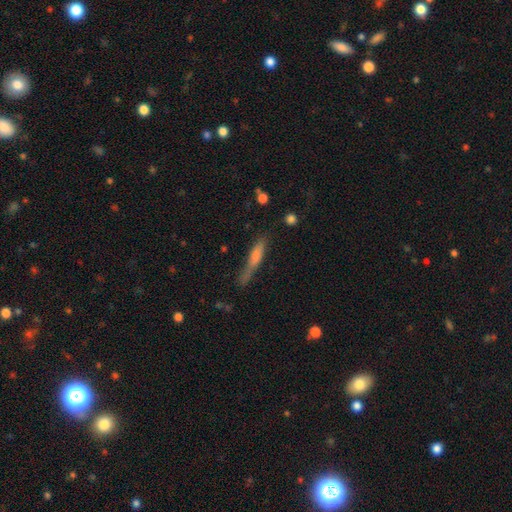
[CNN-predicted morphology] This appears to be a smooth galaxy with no disk features (55%) that is cigar-shaped (90%). Merging: none (56%).